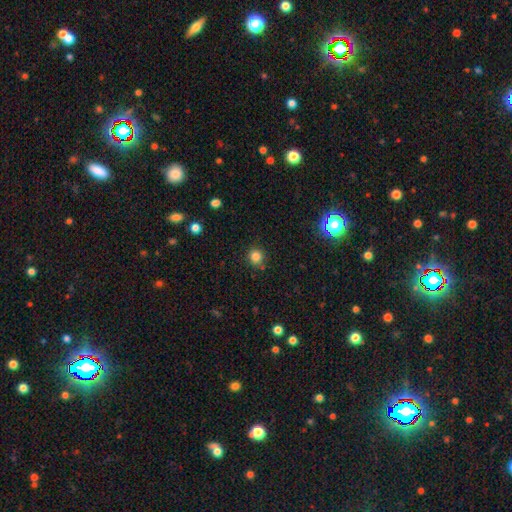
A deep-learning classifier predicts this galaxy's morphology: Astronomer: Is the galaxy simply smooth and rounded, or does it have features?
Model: smooth — 81%.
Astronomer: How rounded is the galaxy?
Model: round — 88%.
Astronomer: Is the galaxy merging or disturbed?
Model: none — 85%.